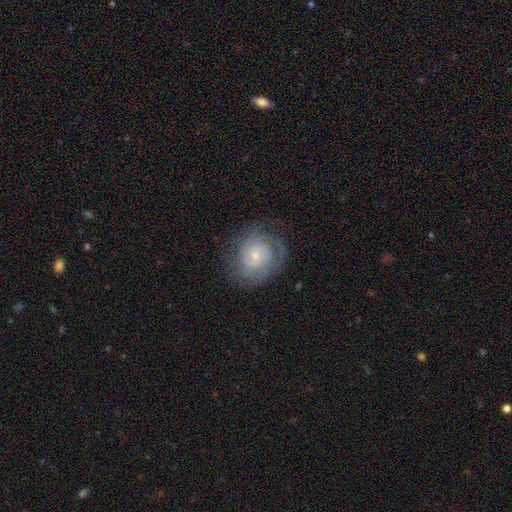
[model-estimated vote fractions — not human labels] This appears to be a featured or disk galaxy (72%) with no bar (73%), tight (62%) spiral arms (89%) and a small central bulge (74%). Merging: none (71%).